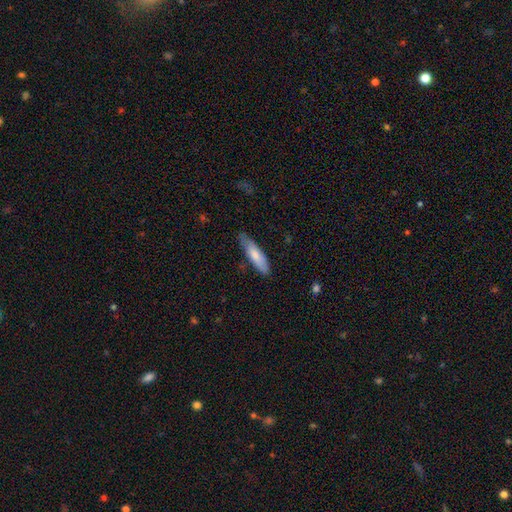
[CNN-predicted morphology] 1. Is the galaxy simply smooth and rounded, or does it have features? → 76% smooth, 19% featured or disk, 5% star or artifact.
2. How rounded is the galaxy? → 67% cigar-shaped, 31% in between, 1% round.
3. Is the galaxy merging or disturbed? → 73% none, 22% minor disturbance, 4% major disturbance, 2% merger.